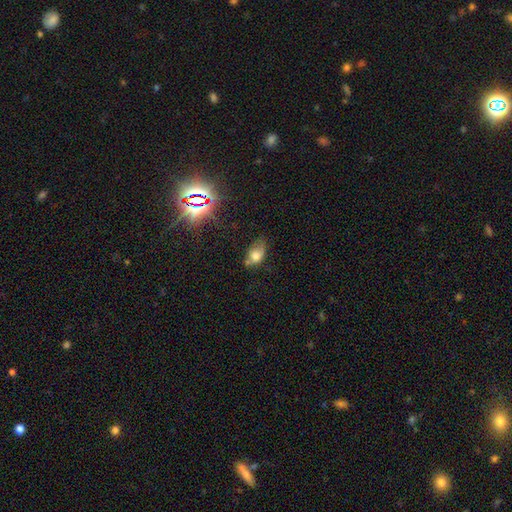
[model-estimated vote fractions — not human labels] smooth_or_featured: smooth (p=0.64) [alt: featured or disk p=0.21]
how_rounded: in between (p=0.82) [alt: round p=0.15]
merging: none (p=0.39) [alt: minor disturbance p=0.34]